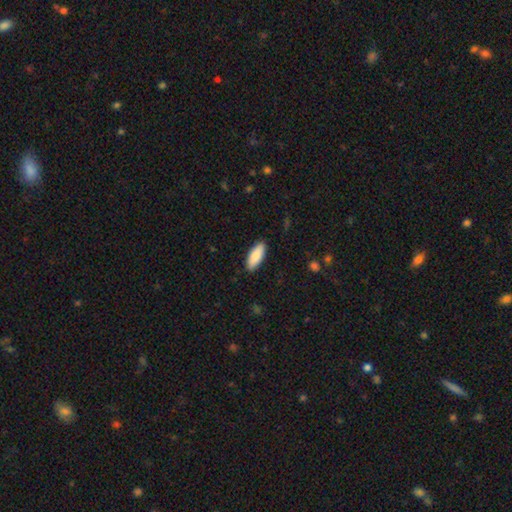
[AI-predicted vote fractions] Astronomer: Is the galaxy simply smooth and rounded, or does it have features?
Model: smooth — 88%.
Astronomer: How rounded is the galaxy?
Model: in between — 79%.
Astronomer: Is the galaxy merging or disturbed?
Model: none — 89%.